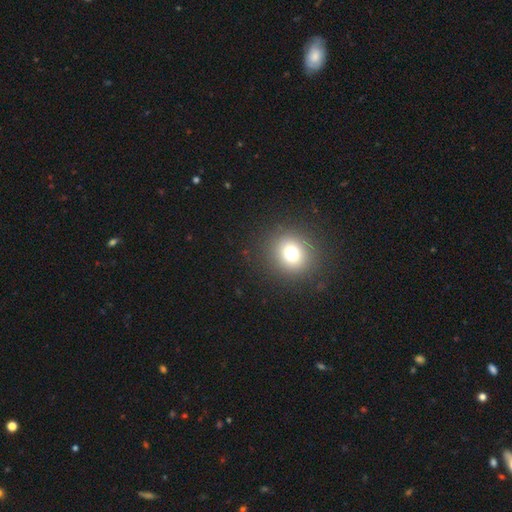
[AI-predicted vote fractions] This appears to be a smooth galaxy with no disk features (69%) that is round (84%). Merging: none (92%).